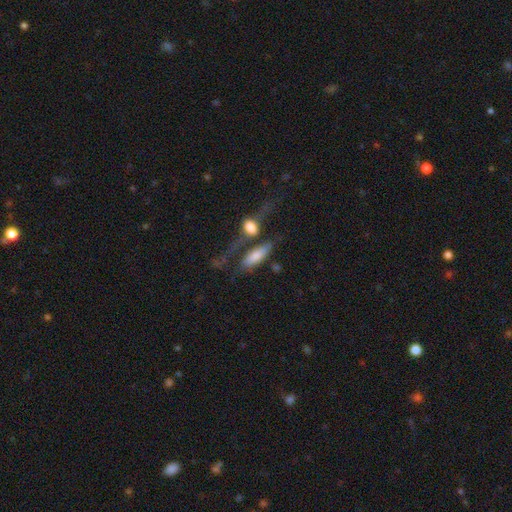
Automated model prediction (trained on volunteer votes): Overall: smooth (64%; featured or disk 28%). How rounded: in between (64%; cigar-shaped 31%). Merging: none (34%; merger 32%).